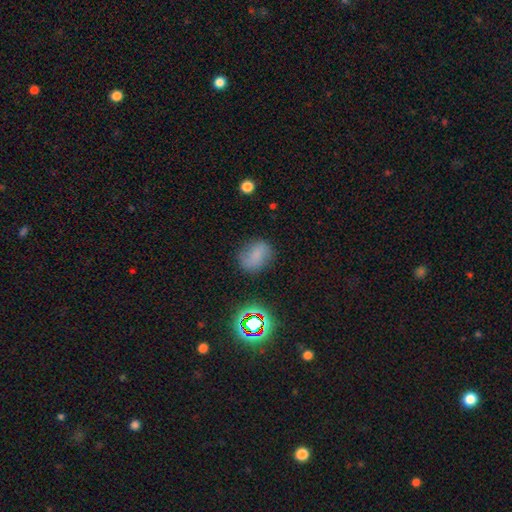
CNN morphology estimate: smooth-or-featured: smooth: 63% | featured or disk: 19% | star or artifact: 18%
  how-rounded: in between: 60% | round: 39% | cigar-shaped: 2%
  merging: none: 72% | minor disturbance: 20% | major disturbance: 7% | merger: 2%